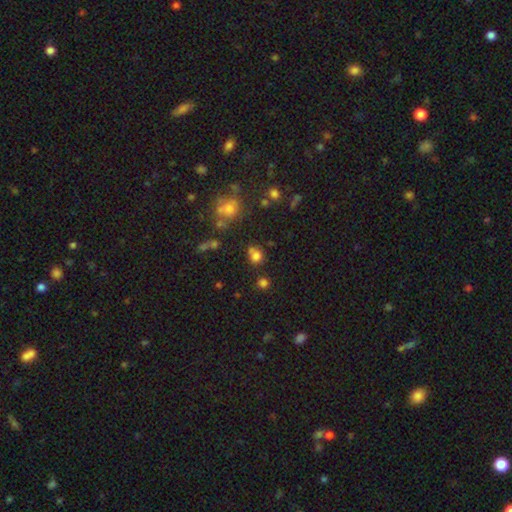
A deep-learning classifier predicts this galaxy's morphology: Smooth or featured? Predicted: smooth (p=0.72). How rounded? Predicted: round (p=0.76). Merging? Predicted: none (p=0.56).